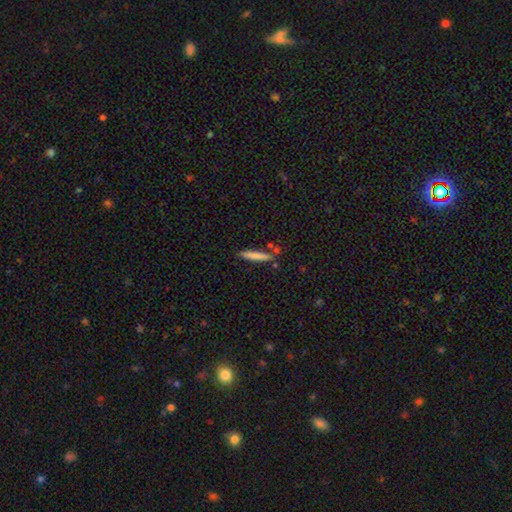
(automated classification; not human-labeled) Q: Smooth or featured?
A: smooth (77%); runner-up: featured or disk (16%)
Q: How rounded?
A: cigar-shaped (92%); runner-up: in between (6%)
Q: Merging?
A: none (79%); runner-up: minor disturbance (12%)